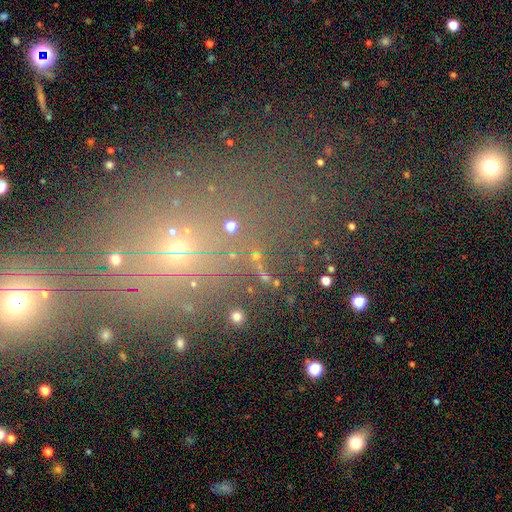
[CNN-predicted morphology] Smooth or featured: star or artifact — 51% (smooth — 34%)